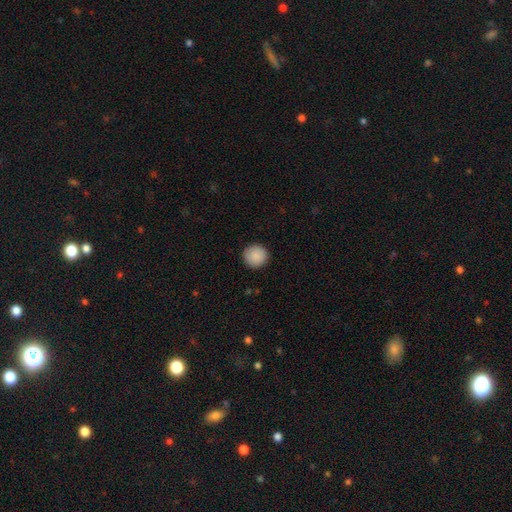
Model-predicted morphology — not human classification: Smooth or featured? Predicted: smooth (p=0.90). How rounded? Predicted: round (p=0.94). Merging? Predicted: none (p=0.92).